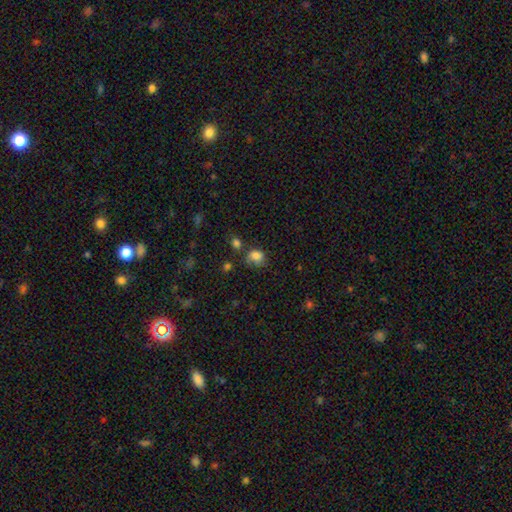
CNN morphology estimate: Smooth or featured? smooth (79%)
How rounded? round (61%)
Merging? none (48%)